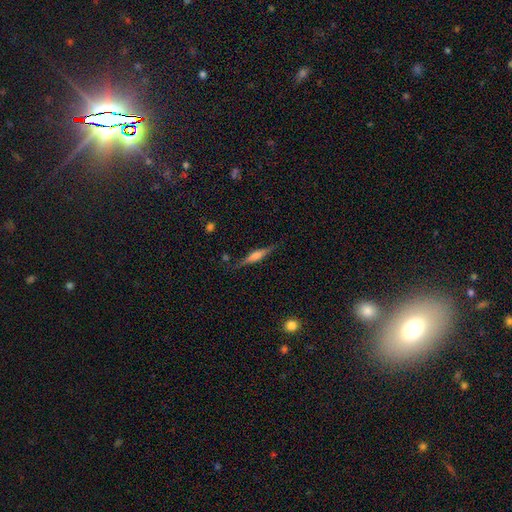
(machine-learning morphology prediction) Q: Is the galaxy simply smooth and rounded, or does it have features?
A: featured or disk — 65%.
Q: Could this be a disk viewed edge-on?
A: yes — 97%.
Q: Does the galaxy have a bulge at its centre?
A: rounded — 69%.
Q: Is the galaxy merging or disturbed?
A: none — 85%.